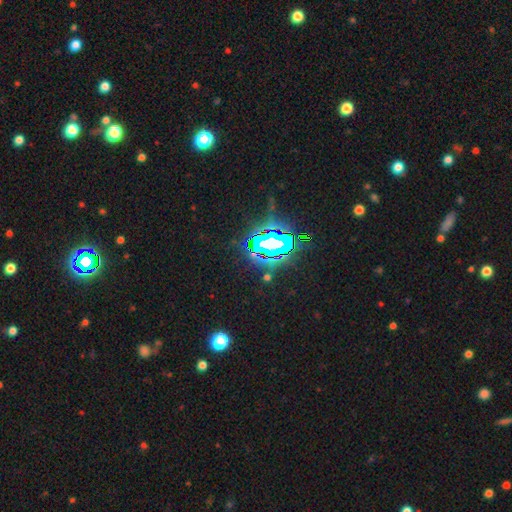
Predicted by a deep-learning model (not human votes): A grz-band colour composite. It shows a star or artifact, not a galaxy (77%).